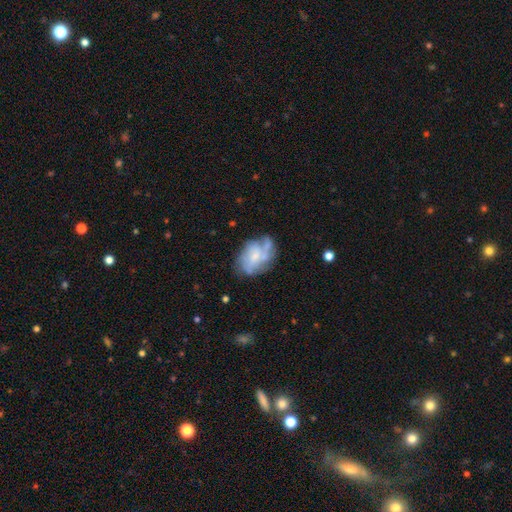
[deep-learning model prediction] A featured or disk galaxy (62%) with no bar (67%), spiral arms (70%) and a small central bulge (49%).

Vote fractions:
- Smooth or featured? featured or disk: 62% / smooth: 30% / star or artifact: 8%
- Edge-on disk? no: 97% / yes: 3%
- Bar? no: 67% / weak: 28% / strong: 5%
- Spiral arms? yes: 70% / no: 30%
- Bulge size? small: 49% / moderate: 26% / none: 20% / large: 4% / dominant: 1%
- Merging? none: 49% / minor disturbance: 26% / major disturbance: 19% / merger: 6%